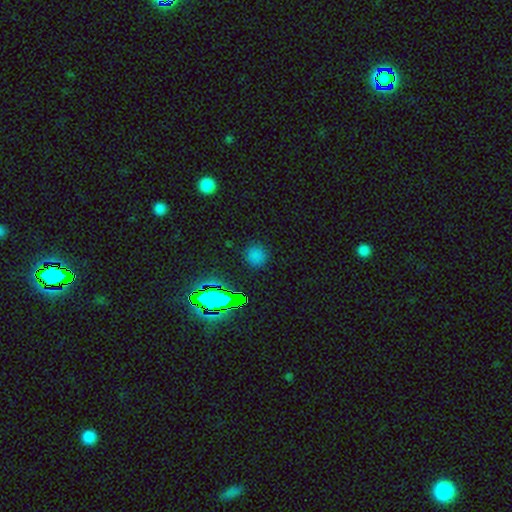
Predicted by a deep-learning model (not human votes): The model was most divided on "smooth or featured": smooth: 70%, star or artifact: 25%, featured or disk: 5%. More confident: how rounded — round (91%); merging — none (88%).